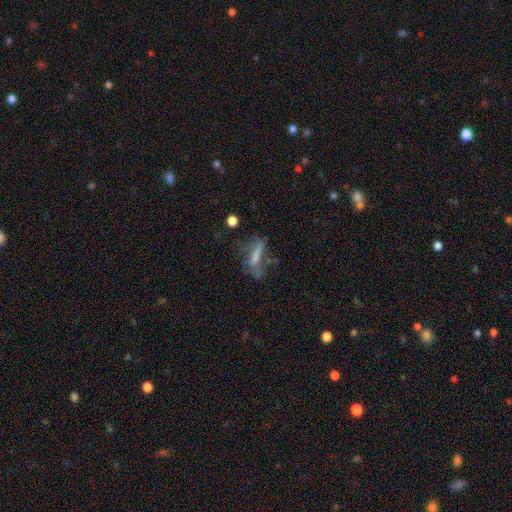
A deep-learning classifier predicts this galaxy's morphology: smooth-or-featured: featured or disk: 42% (tied) | smooth: 42% (tied) | star or artifact: 17%
  merging: none: 43% | major disturbance: 28% | minor disturbance: 24% | merger: 5%